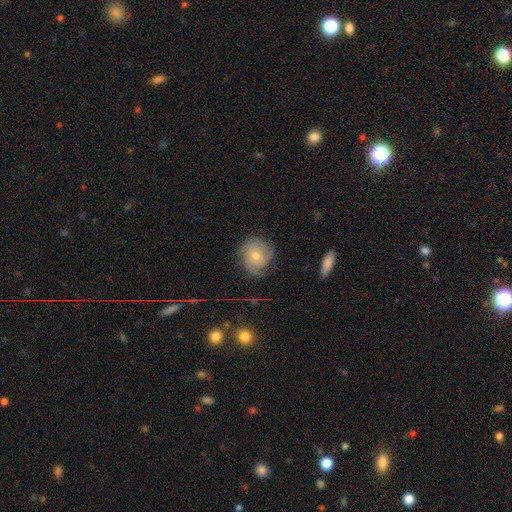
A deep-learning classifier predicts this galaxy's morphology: A featured or disk galaxy (59%) with no bar (77%), tight (50%) spiral arms (89%) and a small central bulge (48%, tied with moderate).

Vote fractions:
- Smooth or featured? featured or disk: 59% / smooth: 33% / star or artifact: 8%
- Edge-on disk? no: 97% / yes: 3%
- Bar? no: 77% / weak: 20% / strong: 3%
- Spiral arms? yes: 89% / no: 11%
- Spiral winding? tight: 50% / medium: 35% / loose: 15%
- Spiral arm count? can't tell: 29% / 3: 28% / 2: 21% / 1: 9% / 4: 8% / more than 4: 5%
- Bulge size? small: 48% (tied) / moderate: 48% (tied) / large: 2% / none: 2% / dominant: 1%
- Merging? none: 65% / minor disturbance: 23% / major disturbance: 10% / merger: 2%